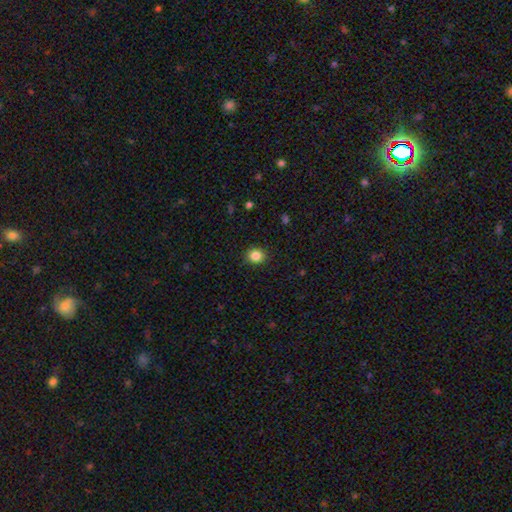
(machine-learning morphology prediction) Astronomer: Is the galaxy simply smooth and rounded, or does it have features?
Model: smooth — 84%.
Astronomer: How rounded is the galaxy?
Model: round — 81%.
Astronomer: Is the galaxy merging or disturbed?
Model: none — 90%.